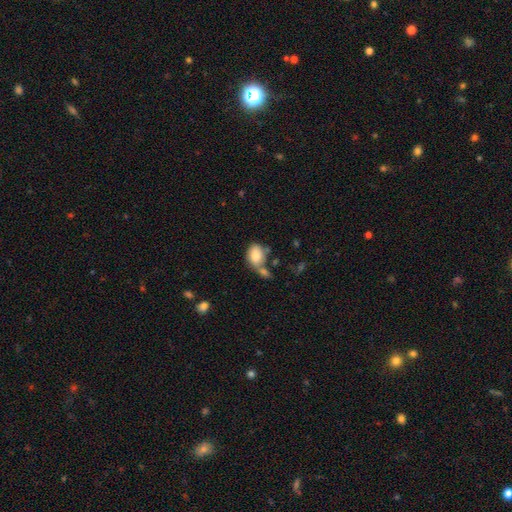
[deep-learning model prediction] smooth_or_featured: smooth (p=0.80) [alt: featured or disk p=0.12]
how_rounded: in between (p=0.69) [alt: round p=0.30]
merging: none (p=0.40) [alt: merger p=0.35]